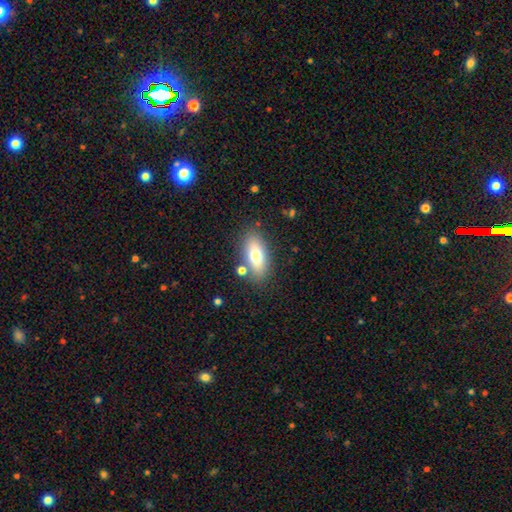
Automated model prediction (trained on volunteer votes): Smooth or featured? Predicted: smooth (p=0.70). How rounded? Predicted: in between (p=0.83). Merging? Predicted: none (p=0.79).